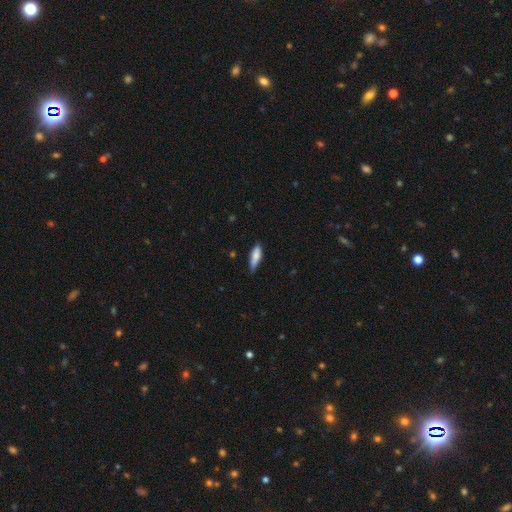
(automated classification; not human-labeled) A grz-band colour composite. It shows a smooth galaxy with no disk features (75%) that is cigar-shaped (53%). Merging: none (61%).